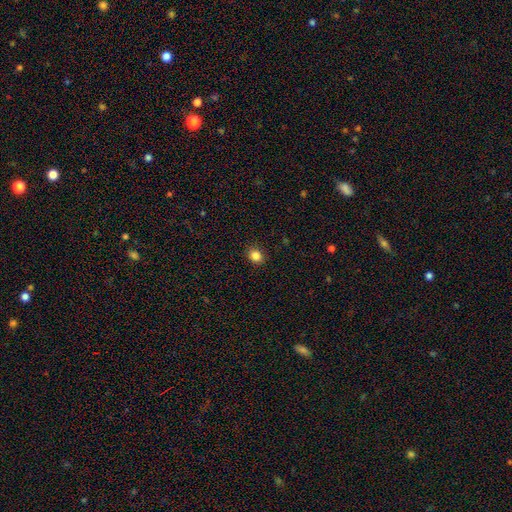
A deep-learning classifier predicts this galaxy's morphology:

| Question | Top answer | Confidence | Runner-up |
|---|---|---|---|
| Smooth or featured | smooth | 85% | star or artifact (11%) |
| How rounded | round | 69% | in between (30%) |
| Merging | none | 91% | minor disturbance (6%) |